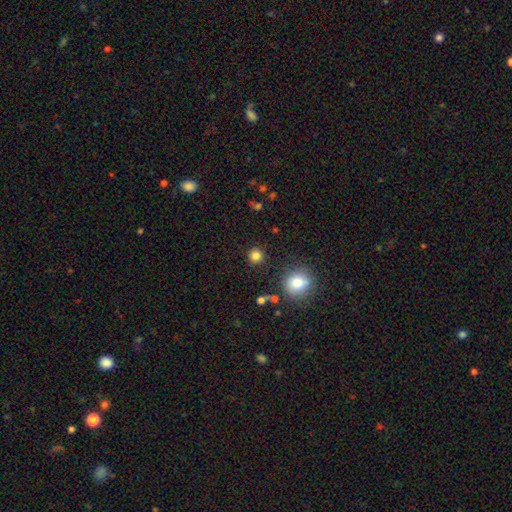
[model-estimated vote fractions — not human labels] Smooth or featured? smooth (83%)
How rounded? round (92%)
Merging? none (89%)